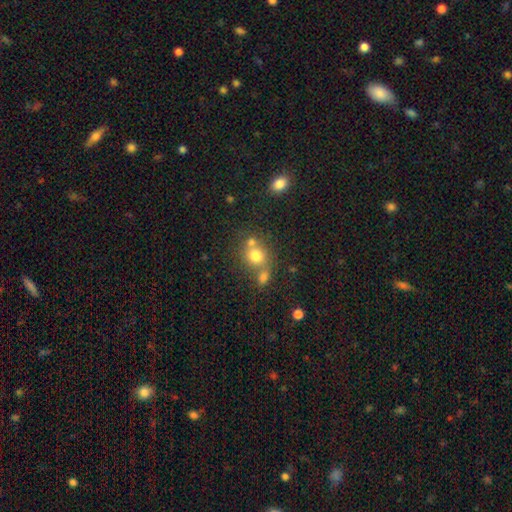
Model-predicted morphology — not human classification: type=smooth (75%); roundness=round (77%); merging=none (47%).